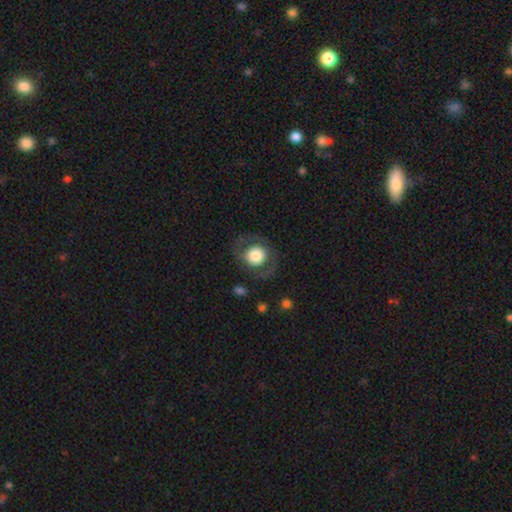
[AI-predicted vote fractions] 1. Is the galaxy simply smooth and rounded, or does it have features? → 63% smooth, 30% featured or disk, 7% star or artifact.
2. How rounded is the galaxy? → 85% round, 14% in between, 1% cigar-shaped.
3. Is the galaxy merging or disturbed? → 75% none, 13% minor disturbance, 11% major disturbance, 1% merger.